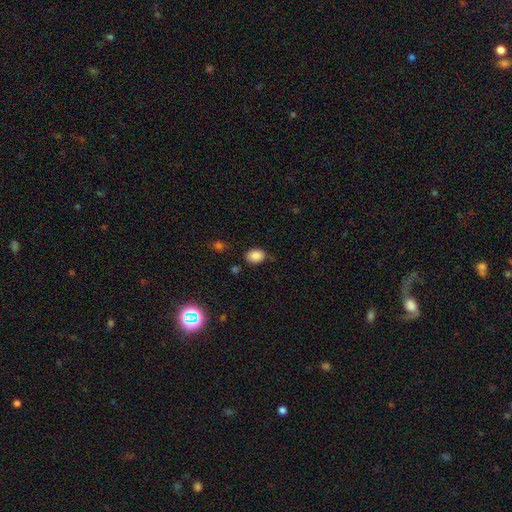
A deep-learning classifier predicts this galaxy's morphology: Smooth or featured: smooth — 85% (star or artifact — 10%)
How rounded: in between — 67% (round — 32%)
Merging: none — 75% (minor disturbance — 18%)